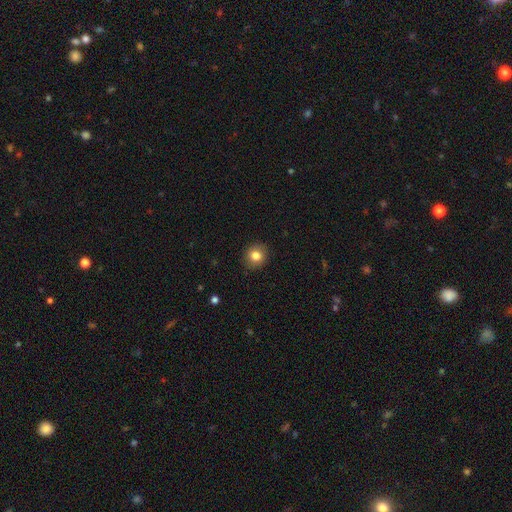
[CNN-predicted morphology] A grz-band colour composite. It shows a smooth galaxy with no disk features (82%) that is round (81%). Merging: none (90%).